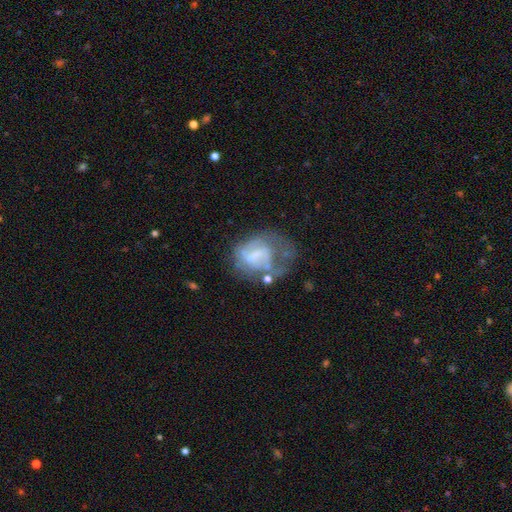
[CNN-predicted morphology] smooth_or_featured: featured or disk (p=0.59) [alt: smooth p=0.30]
disk_edge_on: no (p=0.97) [alt: yes p=0.03]
bar: no (p=0.49) [alt: weak p=0.37]
has_spiral_arms: no (p=0.56) [alt: yes p=0.44]
bulge_size: none (p=0.43) [alt: small p=0.32]
merging: major disturbance (p=0.41) [alt: none p=0.28]